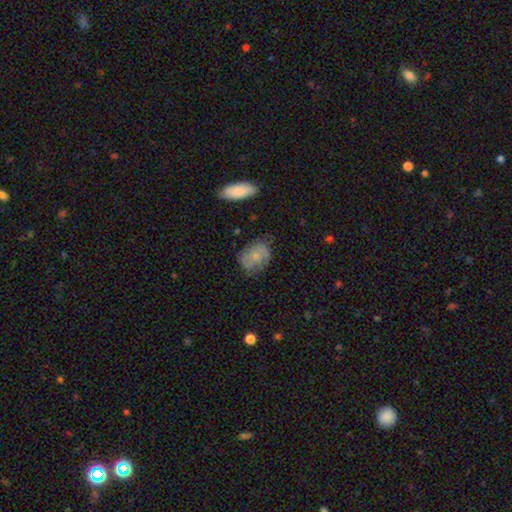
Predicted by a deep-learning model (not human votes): Smooth or featured: featured or disk — 49% (smooth — 43%)
Merging: none — 70% (minor disturbance — 22%)